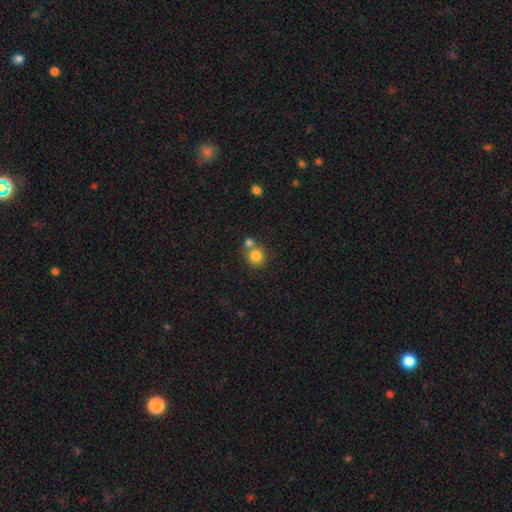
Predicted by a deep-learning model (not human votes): Morphology: type=smooth (83%); roundness=round (88%); merging=none (56%).